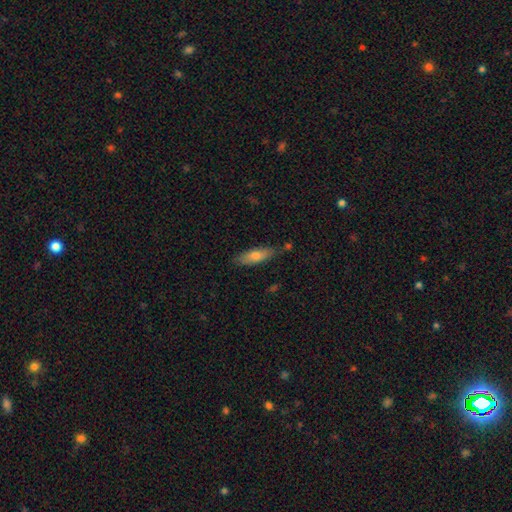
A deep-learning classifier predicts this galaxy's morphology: Overall: smooth (75%). How rounded: in between (56%; cigar-shaped 42%). Merging: none (73%).